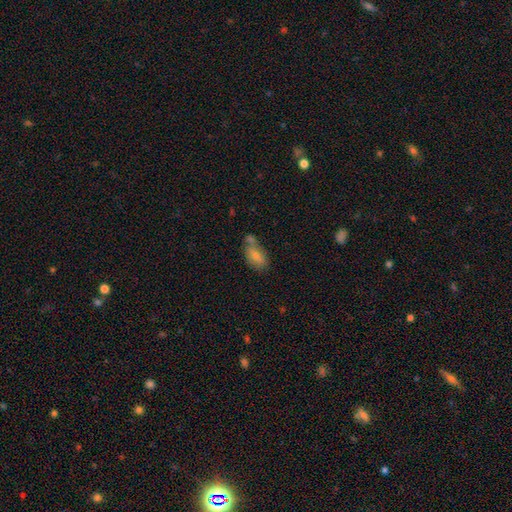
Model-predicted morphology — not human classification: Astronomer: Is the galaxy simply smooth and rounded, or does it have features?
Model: smooth — 73%.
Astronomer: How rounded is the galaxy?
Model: in between — 89%.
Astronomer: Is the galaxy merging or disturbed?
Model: none — 42% (runner-up: merger, 34%).